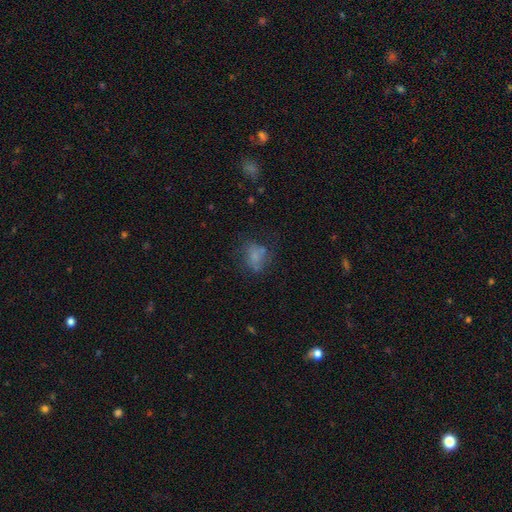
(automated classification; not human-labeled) Smooth or featured? Predicted: smooth (p=0.58). How rounded? Predicted: round (p=0.52). Merging? Predicted: none (p=0.48).